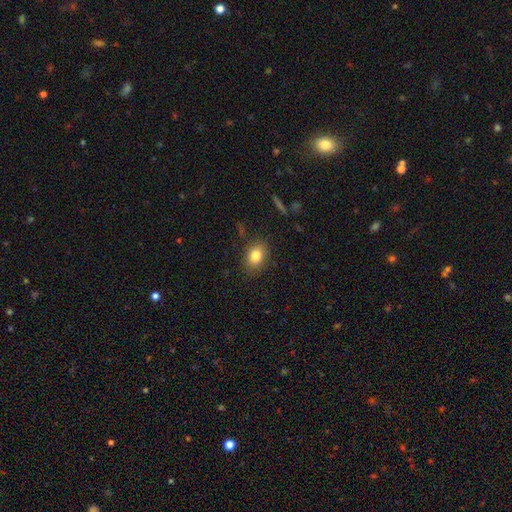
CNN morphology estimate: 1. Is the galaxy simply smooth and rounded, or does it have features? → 82% smooth, 10% star or artifact, 8% featured or disk.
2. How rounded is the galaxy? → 69% in between, 29% round, 1% cigar-shaped.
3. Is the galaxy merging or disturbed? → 84% none, 11% minor disturbance, 3% major disturbance, 1% merger.